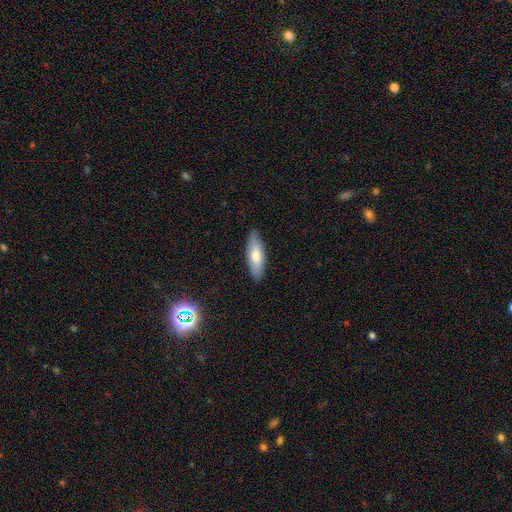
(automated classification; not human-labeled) Smooth or featured? Predicted: smooth (p=0.73). How rounded? Predicted: in between (p=0.56). Merging? Predicted: none (p=0.88).